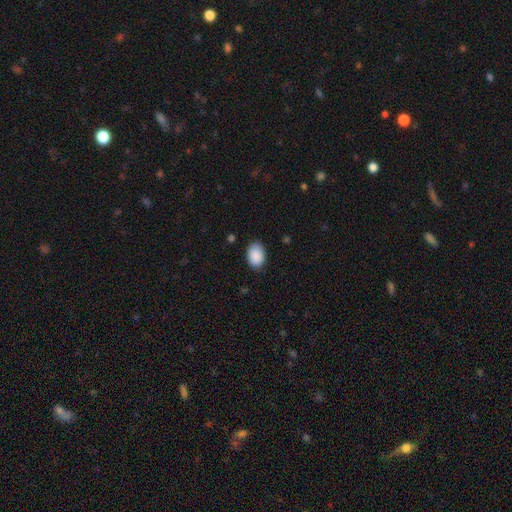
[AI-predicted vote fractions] The model was most divided on "how rounded": in between: 84%, round: 15%, cigar-shaped: 1%. More confident: smooth or featured — smooth (90%); merging — none (84%).